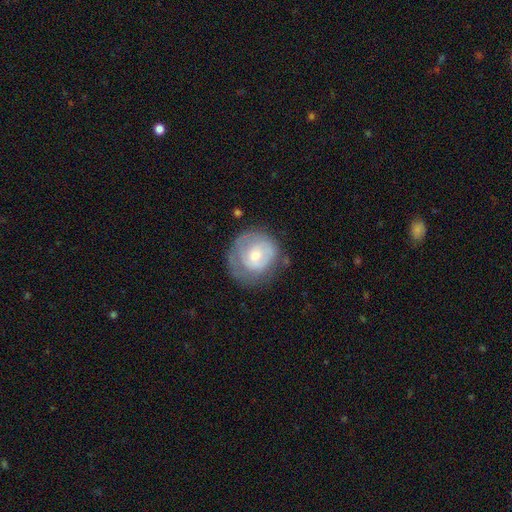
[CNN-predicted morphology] smooth_or_featured: featured or disk (p=0.48) [alt: smooth p=0.46]
merging: none (p=0.56) [alt: minor disturbance p=0.26]